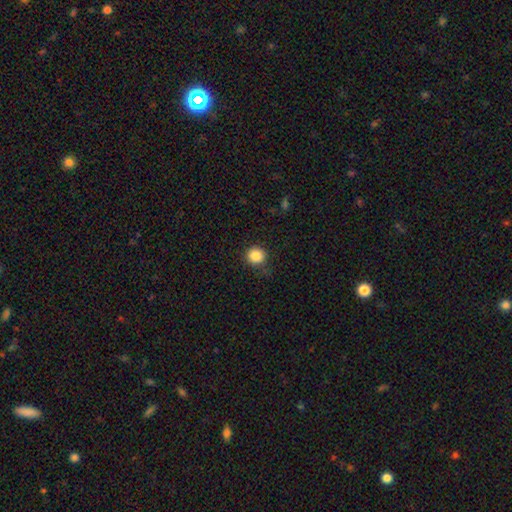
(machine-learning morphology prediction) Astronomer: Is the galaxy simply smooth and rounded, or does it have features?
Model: smooth — 85%.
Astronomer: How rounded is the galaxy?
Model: round — 92%.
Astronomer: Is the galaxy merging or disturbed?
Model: none — 83%.